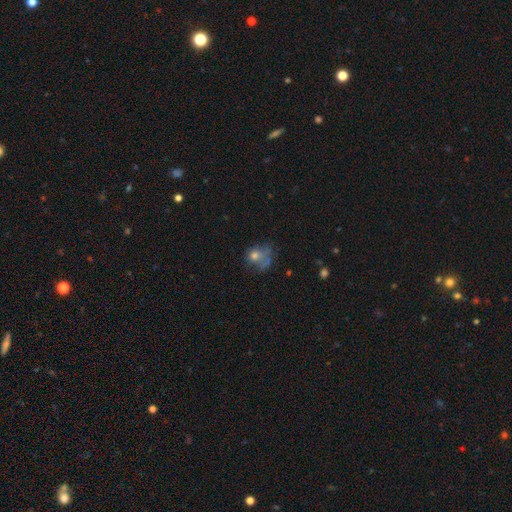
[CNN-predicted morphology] A smooth galaxy with no disk features (51%) that is round (61%).

Vote fractions:
- Smooth or featured? smooth: 51% / featured or disk: 30% / star or artifact: 19%
- How rounded? round: 61% / in between: 37% / cigar-shaped: 1%
- Merging? major disturbance: 35% (tied) / none: 35% (tied) / minor disturbance: 23% / merger: 7%